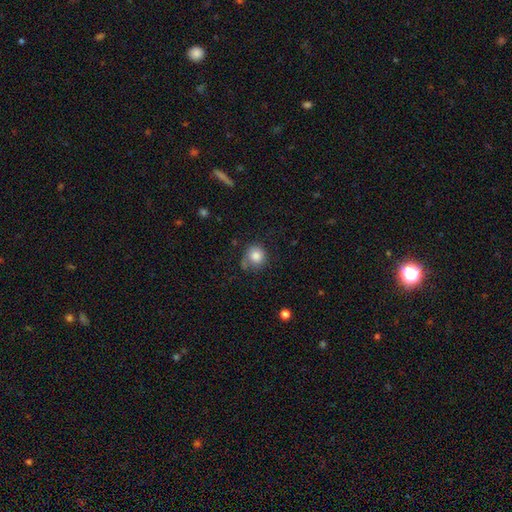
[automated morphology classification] A smooth galaxy with no disk features (83%) that is round (87%).

Vote fractions:
- Smooth or featured? smooth: 83% / star or artifact: 9% / featured or disk: 7%
- How rounded? round: 87% / in between: 12% / cigar-shaped: 1%
- Merging? none: 64% / minor disturbance: 22% / major disturbance: 8% / merger: 6%